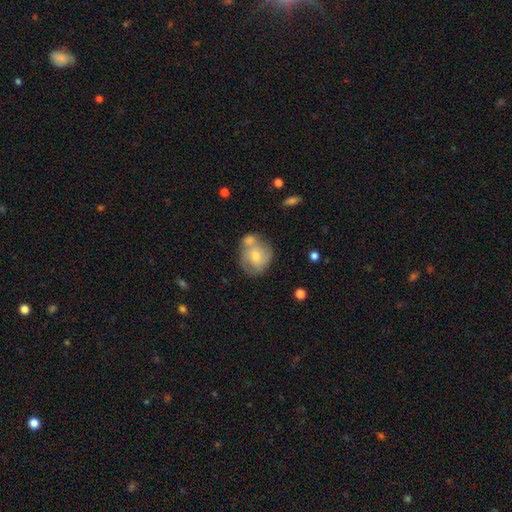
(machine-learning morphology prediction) smooth 52%, featured or disk 40%, star or artifact 8%. Down the decision tree: how rounded — round (73%); merging — none (40%).